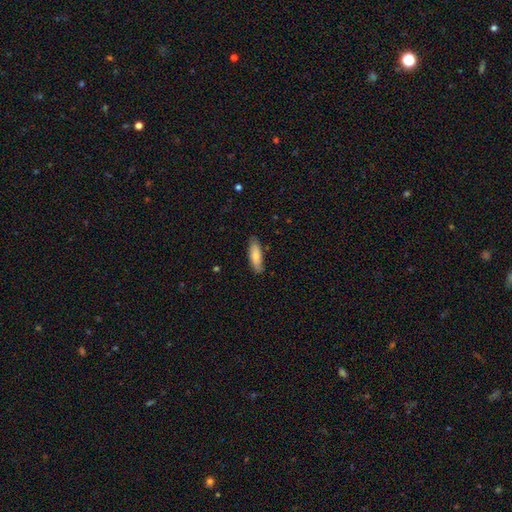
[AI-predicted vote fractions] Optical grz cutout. It shows a smooth galaxy with no disk features (74%) that is in between round and cigar-shaped (53%). Merging: none (82%).